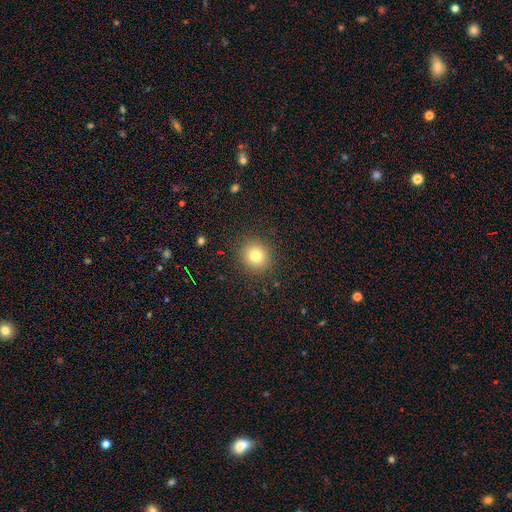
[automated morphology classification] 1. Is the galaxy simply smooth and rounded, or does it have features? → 78% smooth, 14% star or artifact, 8% featured or disk.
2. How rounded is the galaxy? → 91% round, 8% in between, 1% cigar-shaped.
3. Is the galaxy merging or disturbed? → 90% none, 7% minor disturbance, 3% major disturbance, 1% merger.